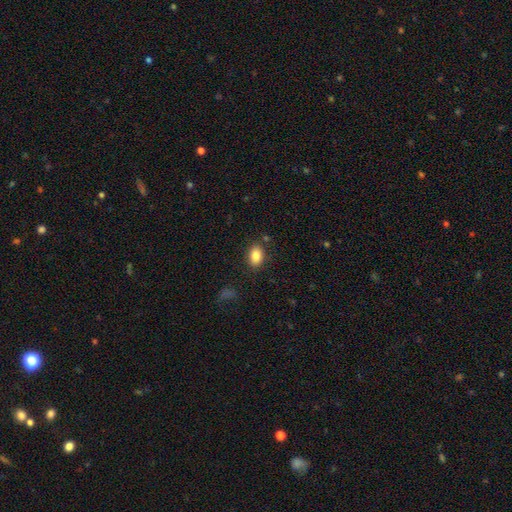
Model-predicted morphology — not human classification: A smooth galaxy with no disk features (85%) that is in between round and cigar-shaped (82%).

Vote fractions:
- Smooth or featured? smooth: 85% / star or artifact: 8% / featured or disk: 6%
- How rounded? in between: 82% / round: 17% / cigar-shaped: 1%
- Merging? none: 84% / minor disturbance: 10% / major disturbance: 3% / merger: 3%